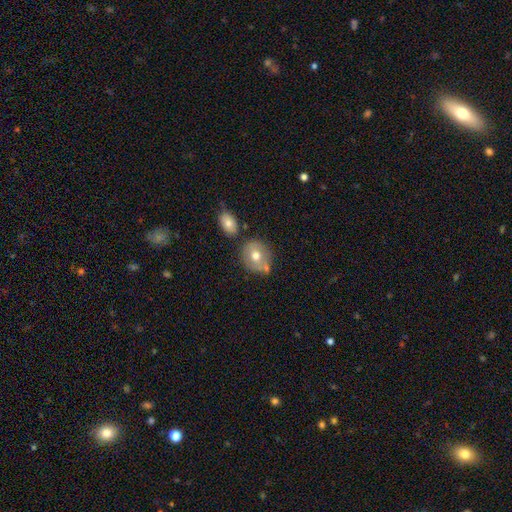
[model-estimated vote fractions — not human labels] smooth_or_featured: smooth (p=0.64) [alt: featured or disk p=0.28]
how_rounded: round (p=0.76) [alt: in between p=0.23]
merging: none (p=0.64) [alt: merger p=0.16]